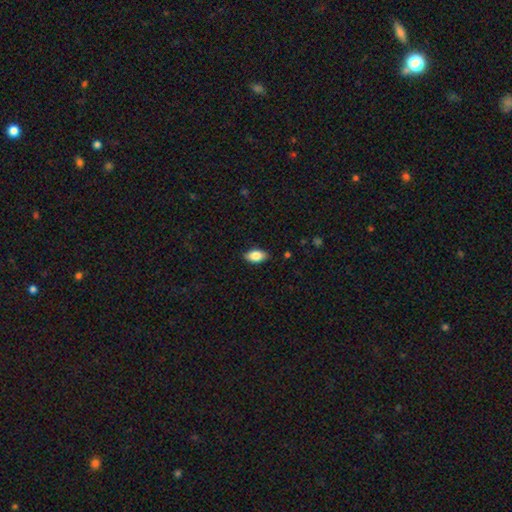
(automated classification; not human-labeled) A smooth galaxy with no disk features (84%) that is in between round and cigar-shaped (92%).

Vote fractions:
- Smooth or featured? smooth: 84% / featured or disk: 9% / star or artifact: 7%
- How rounded? in between: 92% / round: 5% / cigar-shaped: 3%
- Merging? none: 87% / minor disturbance: 10% / major disturbance: 2% / merger: 1%